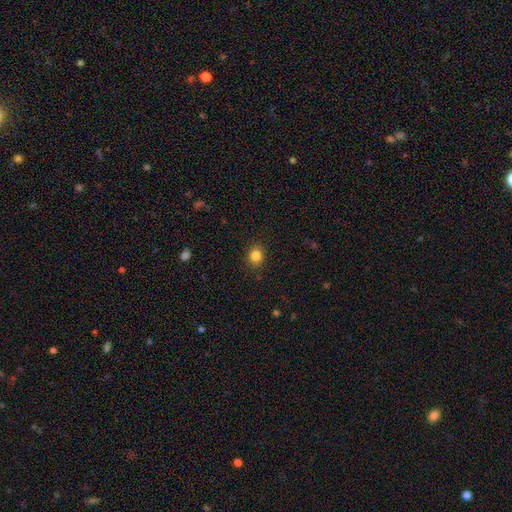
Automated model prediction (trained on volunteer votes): The model was most divided on "how rounded": round: 73%, in between: 26%, cigar-shaped: 1%. More confident: merging — none (87%); smooth or featured — smooth (84%).